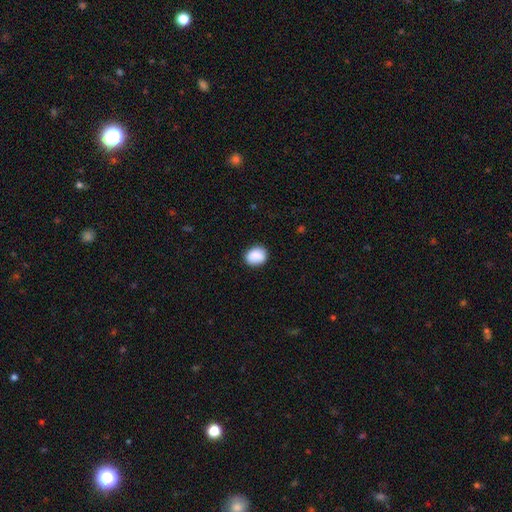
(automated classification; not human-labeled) smooth-or-featured: smooth: 88% | star or artifact: 7% | featured or disk: 5%
  how-rounded: round: 51% | in between: 48% | cigar-shaped: 1%
  merging: none: 84% | minor disturbance: 12% | major disturbance: 3% | merger: 1%